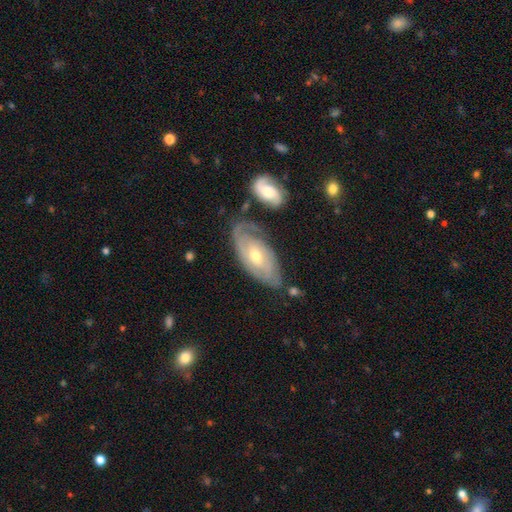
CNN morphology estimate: Smooth or featured: featured or disk — 78% (smooth — 16%)
Edge-on disk: no — 92% (yes — 8%)
Bar: no — 67% (weak — 27%)
Spiral arms: yes — 88% (no — 12%)
Spiral winding: tight — 71% (medium — 22%)
Spiral arm count: can't tell — 42% (2 — 38%)
Bulge size: moderate — 61% (small — 35%)
Merging: none — 62% (minor disturbance — 22%)